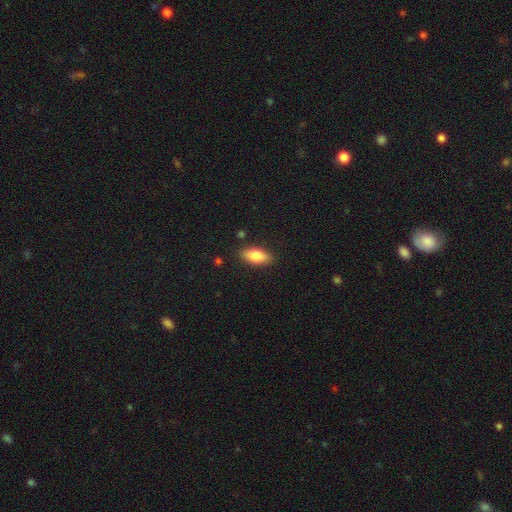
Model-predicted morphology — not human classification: This appears to be a smooth galaxy with no disk features (81%) that is in between round and cigar-shaped (85%). Merging: none (86%).